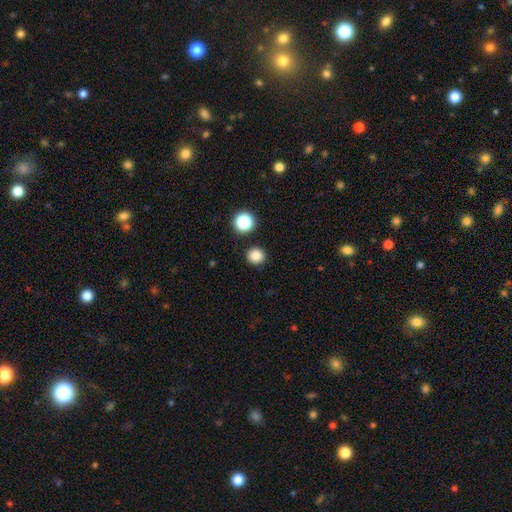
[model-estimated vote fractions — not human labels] Q: Smooth or featured?
A: smooth (83%); runner-up: star or artifact (12%)
Q: How rounded?
A: round (92%); runner-up: in between (7%)
Q: Merging?
A: none (90%); runner-up: minor disturbance (5%)